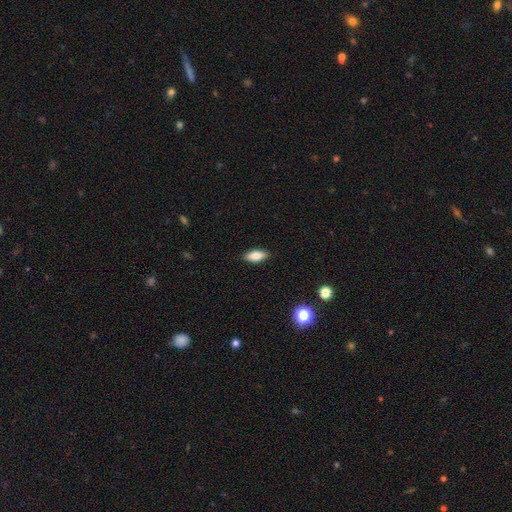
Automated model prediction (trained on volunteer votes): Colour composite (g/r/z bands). It shows a smooth galaxy with no disk features (81%) that is in between round and cigar-shaped (80%). Merging: none (88%).